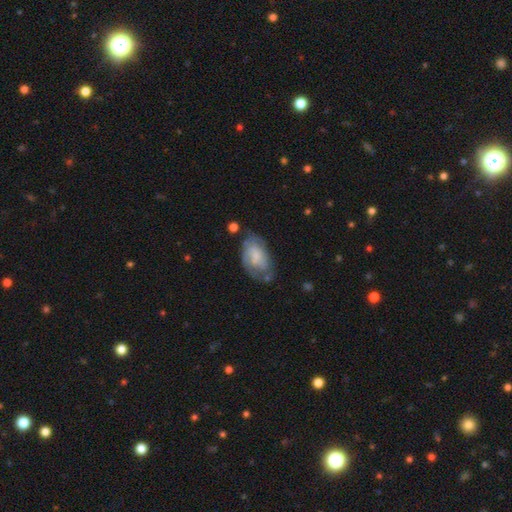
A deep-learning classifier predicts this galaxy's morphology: smooth-or-featured: smooth: 54% | featured or disk: 39% | star or artifact: 7%
  how-rounded: in between: 91% | round: 7% | cigar-shaped: 2%
  merging: none: 49% | minor disturbance: 31% | major disturbance: 15% | merger: 5%